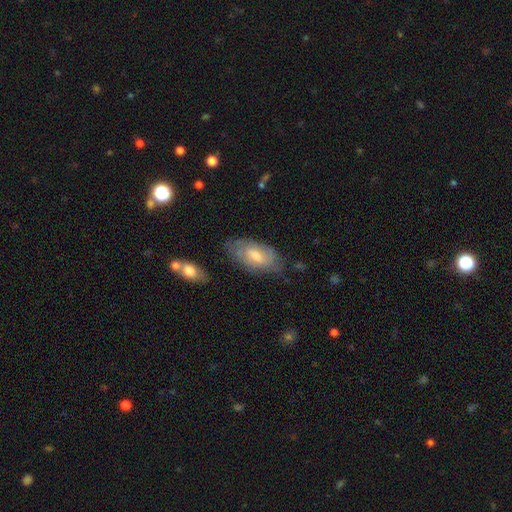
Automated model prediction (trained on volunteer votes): A smooth galaxy with no disk features (46%, tied with featured or disk).

Vote fractions:
- Smooth or featured? smooth: 46% (tied) / featured or disk: 46% (tied) / star or artifact: 8%
- Merging? none: 69% / minor disturbance: 23% / major disturbance: 6% / merger: 2%